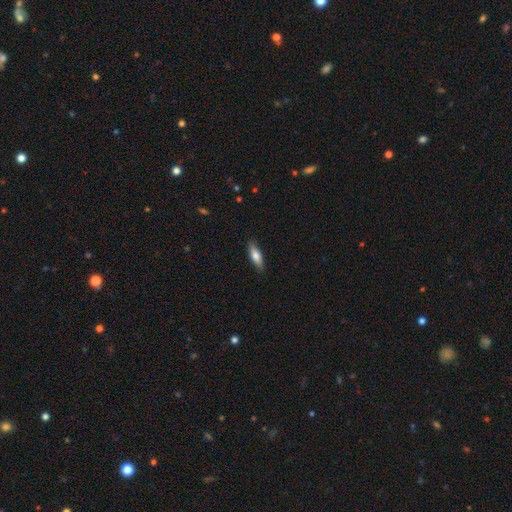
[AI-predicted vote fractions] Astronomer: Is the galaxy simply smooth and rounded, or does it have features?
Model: smooth — 71%.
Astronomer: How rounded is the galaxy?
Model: in between — 50% (runner-up: cigar-shaped, 48%).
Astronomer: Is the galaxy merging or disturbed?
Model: none — 87%.